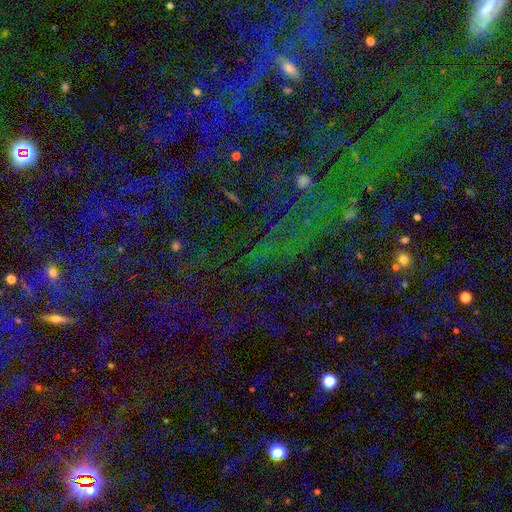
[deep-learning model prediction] Smooth or featured? Predicted: star or artifact (p=0.76).